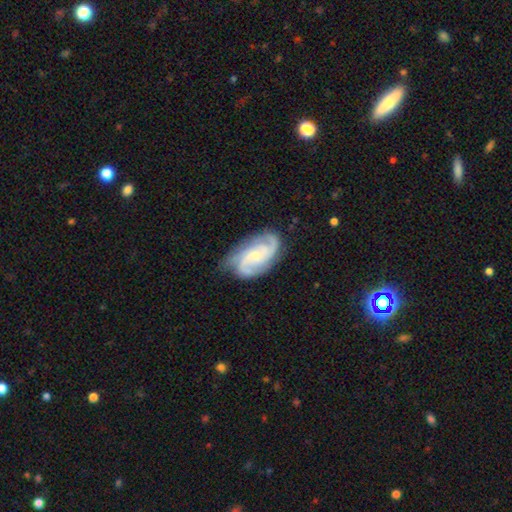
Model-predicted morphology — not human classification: The model was most divided on "spiral winding": medium: 47%, tight: 41%, loose: 12%. Remaining: spiral arms — yes (98%); edge-on disk — no (97%); smooth or featured — featured or disk (88%); merging — none (73%); bulge size — small (66%); bar — no (59%); spiral arm count — 3 (42%).